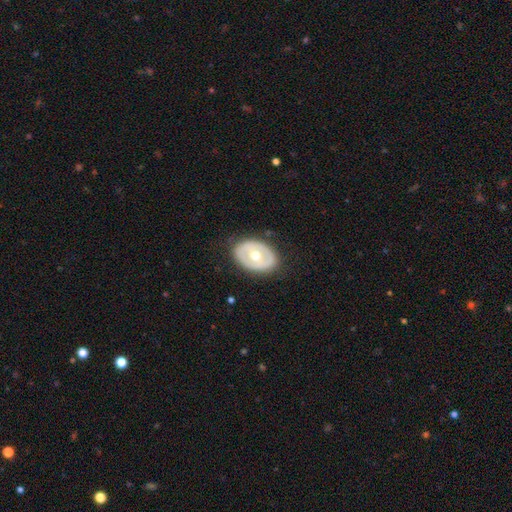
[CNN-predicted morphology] Smooth or featured? Predicted: featured or disk (p=0.54). Edge-on disk? Predicted: no (p=0.91). Merging? Predicted: none (p=0.83).